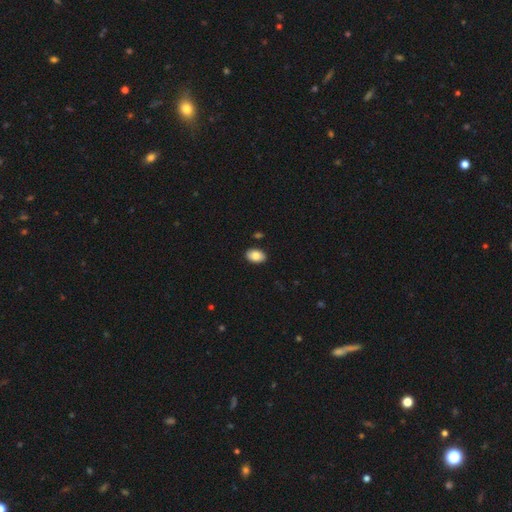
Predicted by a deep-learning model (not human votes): smooth 86%, star or artifact 7%, featured or disk 7%. Down the decision tree: how rounded — in between (89%); merging — none (88%).